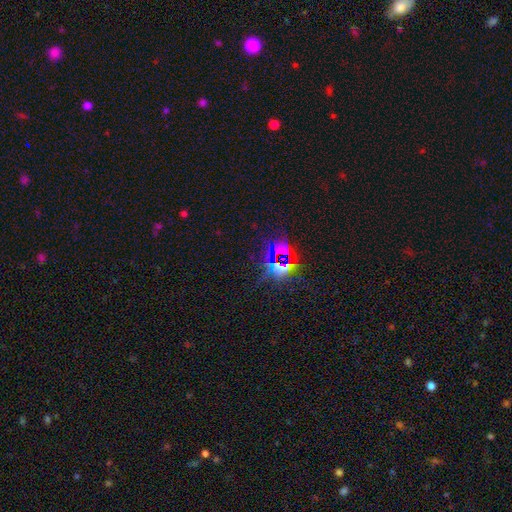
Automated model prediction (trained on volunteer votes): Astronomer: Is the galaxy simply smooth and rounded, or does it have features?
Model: star or artifact — 77%.